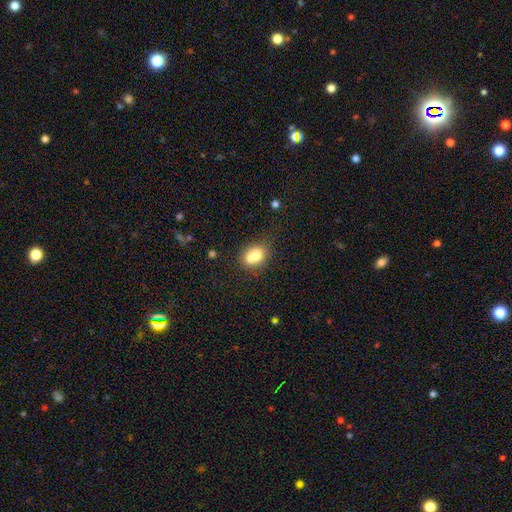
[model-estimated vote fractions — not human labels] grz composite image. It shows a smooth galaxy with no disk features (73%) that is in between round and cigar-shaped (57%). Merging: none (40%).